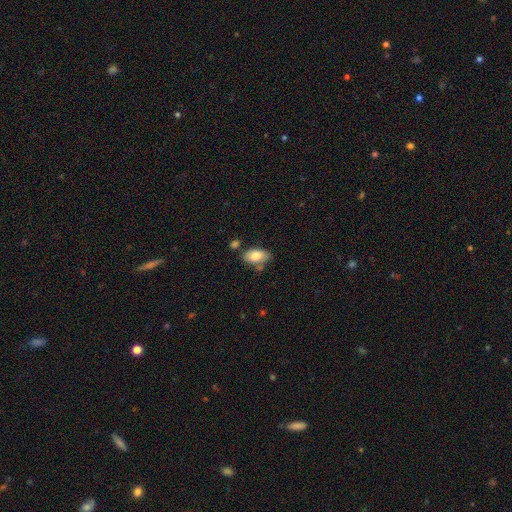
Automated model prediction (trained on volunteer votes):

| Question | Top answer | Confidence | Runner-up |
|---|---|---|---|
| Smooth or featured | smooth | 81% | featured or disk (12%) |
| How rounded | in between | 92% | round (5%) |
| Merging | none | 62% | minor disturbance (21%) |